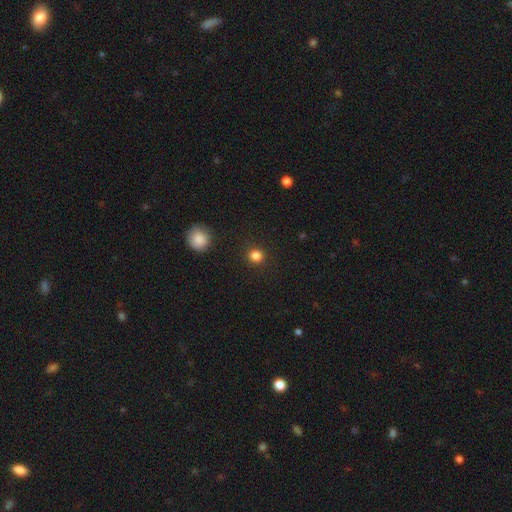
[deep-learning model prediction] This appears to be a smooth galaxy with no disk features (84%) that is round (90%). Merging: none (91%).